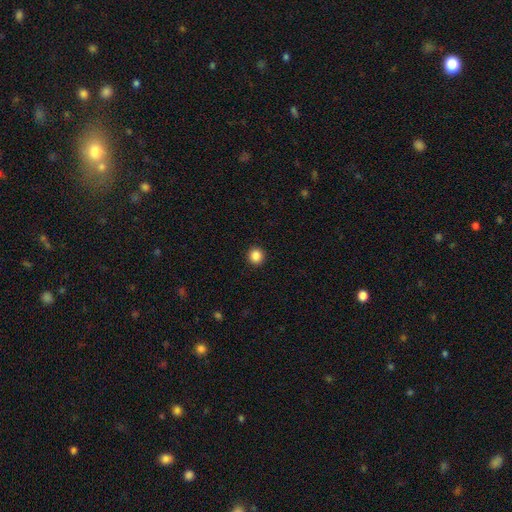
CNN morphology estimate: Smooth or featured?
  - smooth: 87% *
  - star or artifact: 10%
  - featured or disk: 3%
How rounded?
  - round: 94% *
  - in between: 5%
  - cigar-shaped: 1%
Merging?
  - none: 93% *
  - minor disturbance: 4%
  - major disturbance: 2%
  - merger: 1%